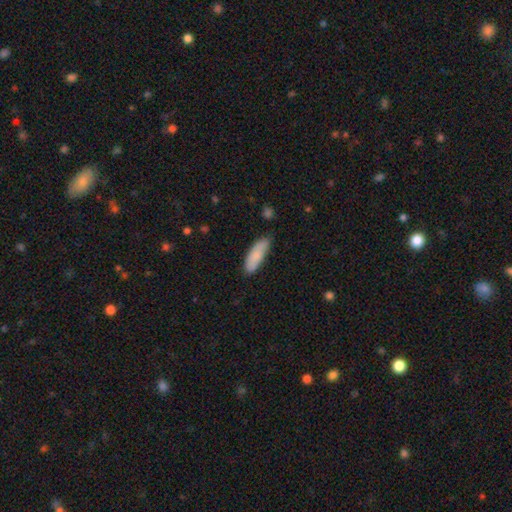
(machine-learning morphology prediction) The model was most divided on "how rounded": in between: 57%, cigar-shaped: 42%, round: 2%. More confident: smooth or featured — smooth (85%); merging — none (72%).